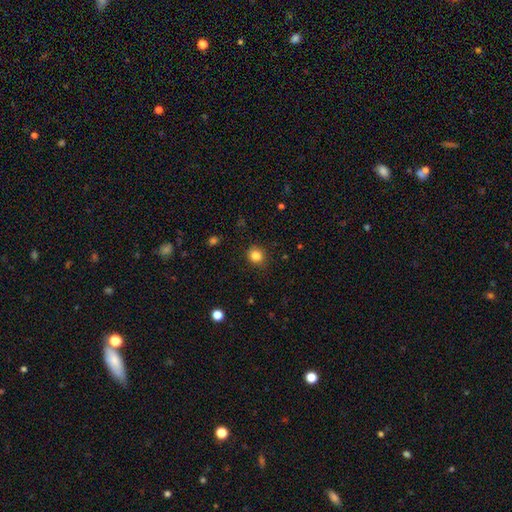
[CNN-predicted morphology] smooth-or-featured: smooth: 84% | star or artifact: 11% | featured or disk: 5%
  how-rounded: round: 81% | in between: 18% | cigar-shaped: 1%
  merging: none: 88% | minor disturbance: 8% | major disturbance: 3% | merger: 1%